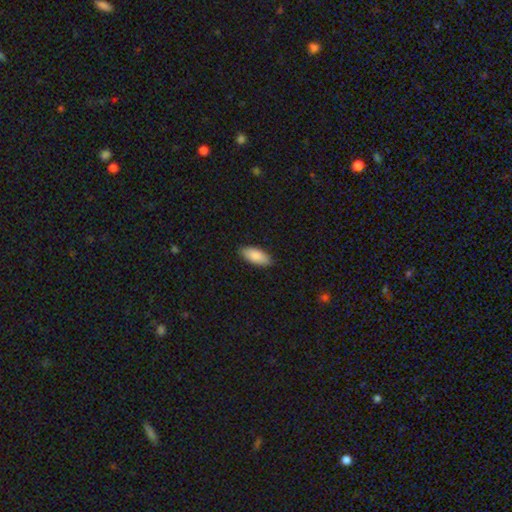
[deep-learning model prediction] This appears to be a smooth galaxy with no disk features (88%) that is in between round and cigar-shaped (89%). Merging: none (88%).